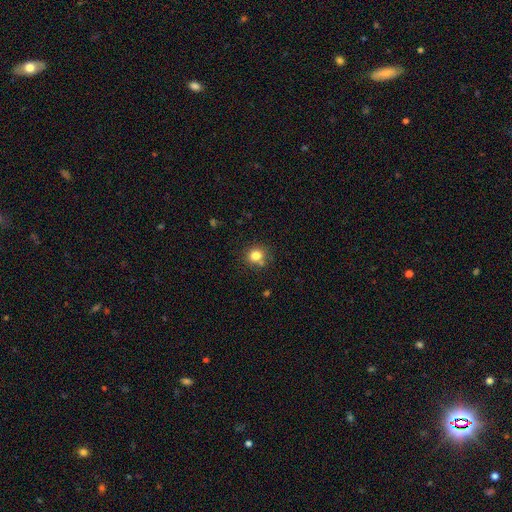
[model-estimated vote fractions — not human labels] smooth 81%, star or artifact 12%, featured or disk 7%. Down the decision tree: how rounded — round (84%); merging — none (74%).